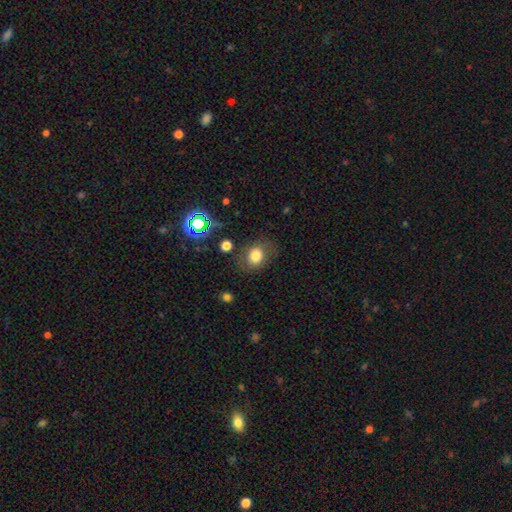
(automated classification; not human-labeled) Q: Smooth or featured?
A: smooth (74%); runner-up: featured or disk (14%)
Q: How rounded?
A: in between (53%); runner-up: round (46%)
Q: Merging?
A: none (73%); runner-up: minor disturbance (17%)